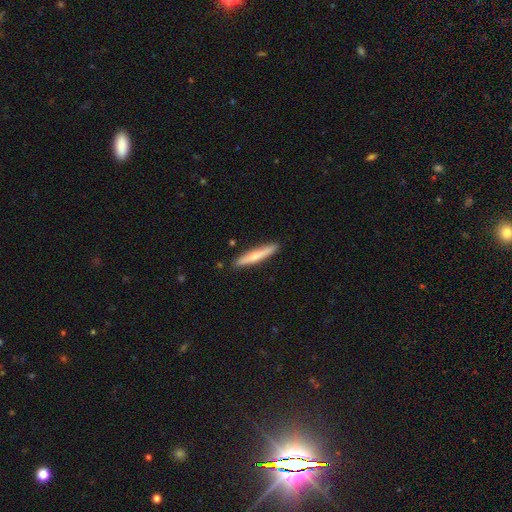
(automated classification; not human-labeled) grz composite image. It shows a smooth galaxy with no disk features (63%) that is cigar-shaped (93%). Merging: none (89%).